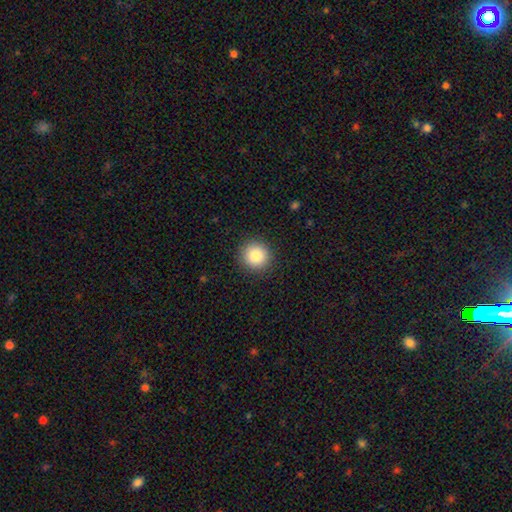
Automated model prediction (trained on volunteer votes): Smooth or featured? Predicted: smooth (p=0.86). How rounded? Predicted: round (p=0.93). Merging? Predicted: none (p=0.91).